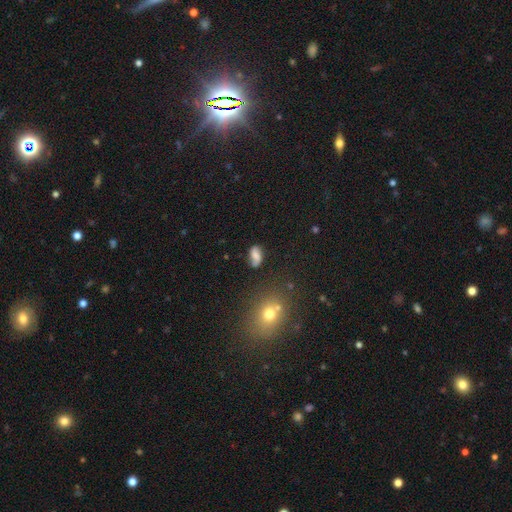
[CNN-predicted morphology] Overall: smooth (54%; featured or disk 34%). How rounded: in between (86%). Merging: none (67%).